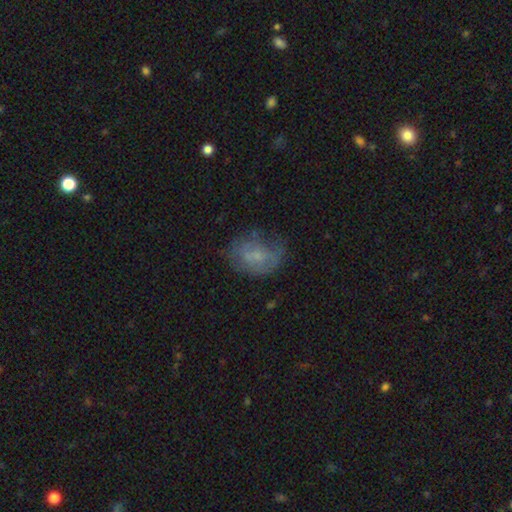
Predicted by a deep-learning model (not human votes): The model was most divided on "smooth or featured": smooth: 46%, featured or disk: 42%, star or artifact: 12%. More confident: merging — none (50%).